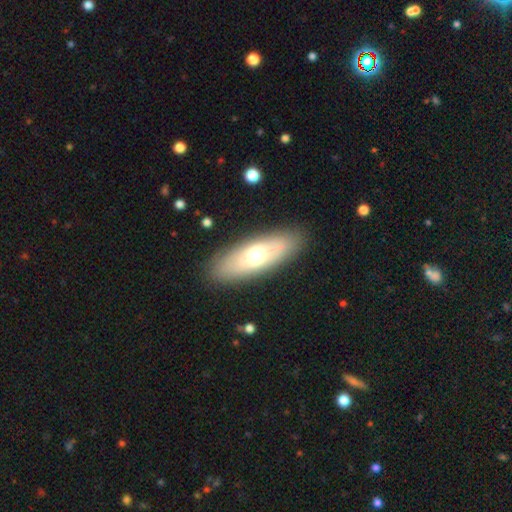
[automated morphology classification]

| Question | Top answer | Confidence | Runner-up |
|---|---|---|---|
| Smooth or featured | smooth | 59% | featured or disk (34%) |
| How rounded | in between | 67% | cigar-shaped (31%) |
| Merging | none | 87% | minor disturbance (9%) |